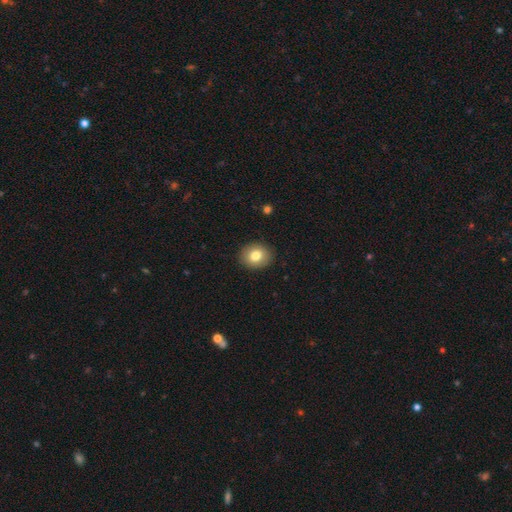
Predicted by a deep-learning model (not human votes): Overall: smooth (80%). How rounded: round (66%; in between 33%). Merging: none (90%).